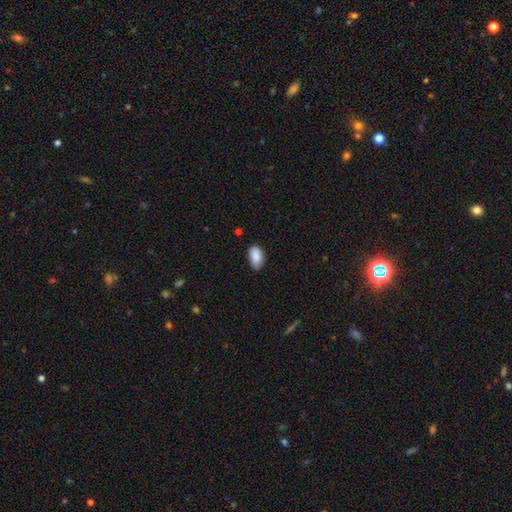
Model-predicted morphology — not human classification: smooth_or_featured: smooth (p=0.89) [alt: star or artifact p=0.07]
how_rounded: in between (p=0.94) [alt: round p=0.04]
merging: none (p=0.78) [alt: minor disturbance p=0.18]